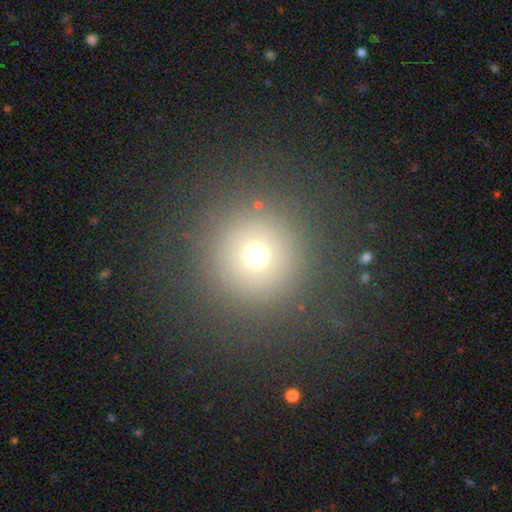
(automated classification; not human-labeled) smooth 67%, star or artifact 21%, featured or disk 12%. Down the decision tree: how rounded — round (96%); merging — none (88%).